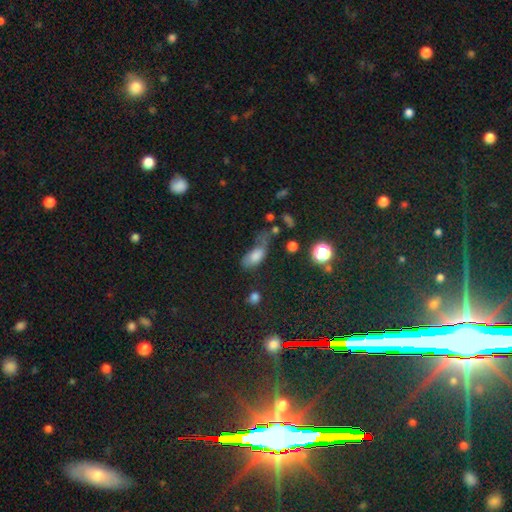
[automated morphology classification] Smooth or featured: smooth — 67% (featured or disk — 18%)
How rounded: in between — 82% (cigar-shaped — 9%)
Merging: major disturbance — 36% (minor disturbance — 29%)